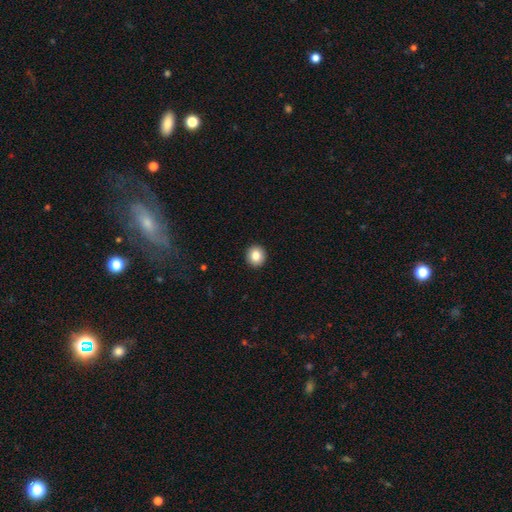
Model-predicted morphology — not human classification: Q: Smooth or featured?
A: smooth (85%); runner-up: star or artifact (9%)
Q: How rounded?
A: round (91%); runner-up: in between (8%)
Q: Merging?
A: none (93%); runner-up: minor disturbance (4%)